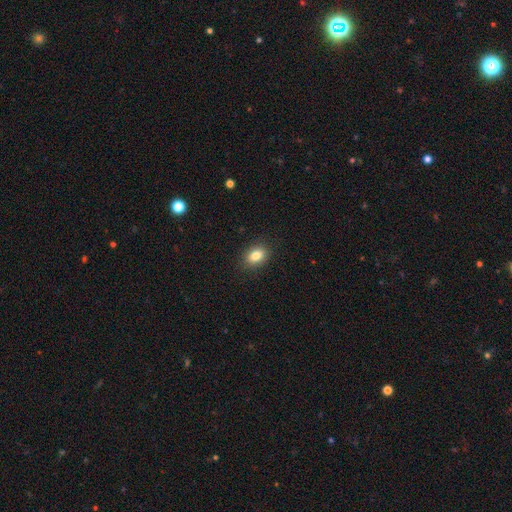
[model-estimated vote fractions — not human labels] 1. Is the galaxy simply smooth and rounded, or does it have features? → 83% smooth, 9% star or artifact, 7% featured or disk.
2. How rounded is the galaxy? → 75% in between, 24% round, 1% cigar-shaped.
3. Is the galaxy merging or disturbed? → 88% none, 8% minor disturbance, 2% major disturbance, 1% merger.